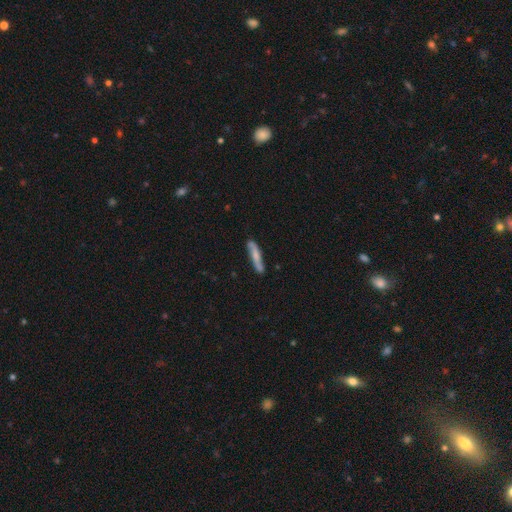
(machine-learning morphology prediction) smooth 56%, featured or disk 38%, star or artifact 6%. Down the decision tree: how rounded — cigar-shaped (88%); merging — none (79%).